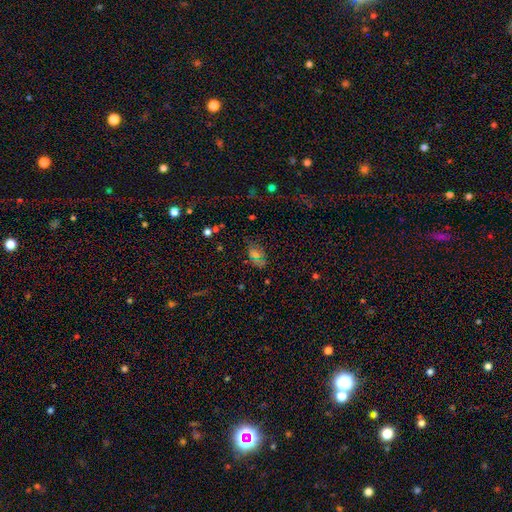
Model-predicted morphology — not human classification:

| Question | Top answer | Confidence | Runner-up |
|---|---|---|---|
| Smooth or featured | smooth | 49% | star or artifact (38%) |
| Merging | none | 71% | minor disturbance (19%) |